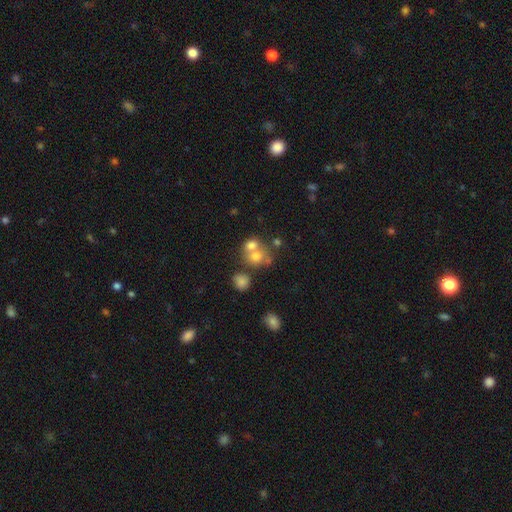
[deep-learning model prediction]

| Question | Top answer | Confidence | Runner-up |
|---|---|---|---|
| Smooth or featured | smooth | 66% | featured or disk (20%) |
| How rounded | round | 70% | in between (29%) |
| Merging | merger | 54% | none (33%) |